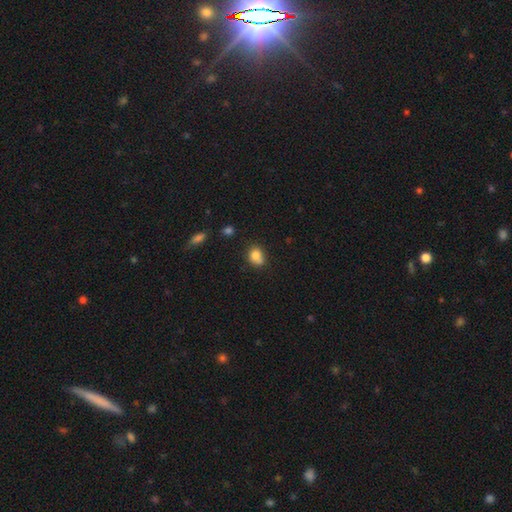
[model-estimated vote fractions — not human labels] A smooth galaxy with no disk features (80%) that is in between round and cigar-shaped (51%).

Vote fractions:
- Smooth or featured? smooth: 80% / featured or disk: 10% / star or artifact: 10%
- How rounded? in between: 51% / round: 48% / cigar-shaped: 1%
- Merging? none: 49% / minor disturbance: 23% / merger: 22% / major disturbance: 6%